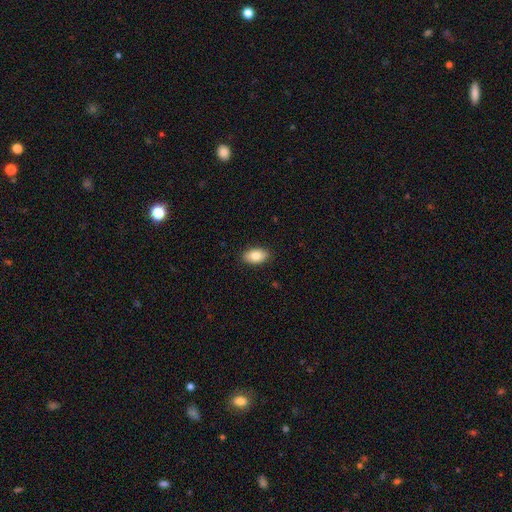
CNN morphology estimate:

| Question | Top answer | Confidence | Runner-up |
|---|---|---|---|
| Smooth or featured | smooth | 82% | featured or disk (11%) |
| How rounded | in between | 92% | round (6%) |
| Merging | none | 89% | minor disturbance (8%) |